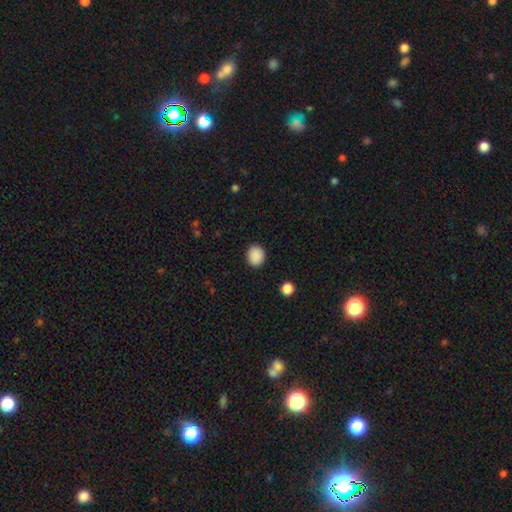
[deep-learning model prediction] smooth 89%, star or artifact 9%, featured or disk 2%. Down the decision tree: how rounded — round (64%); merging — none (90%).